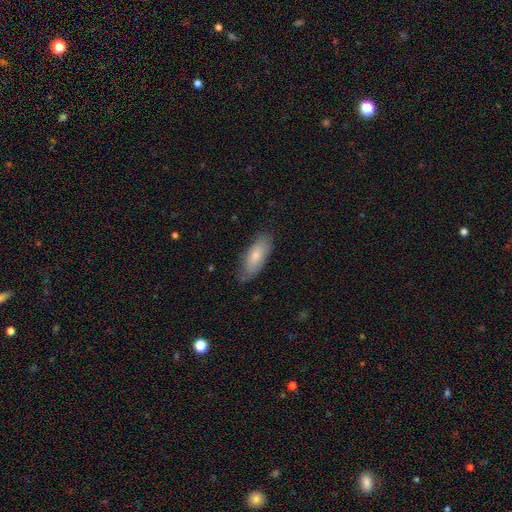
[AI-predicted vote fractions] Smooth or featured: smooth — 75% (featured or disk — 20%)
How rounded: in between — 80% (cigar-shaped — 18%)
Merging: none — 72% (minor disturbance — 22%)